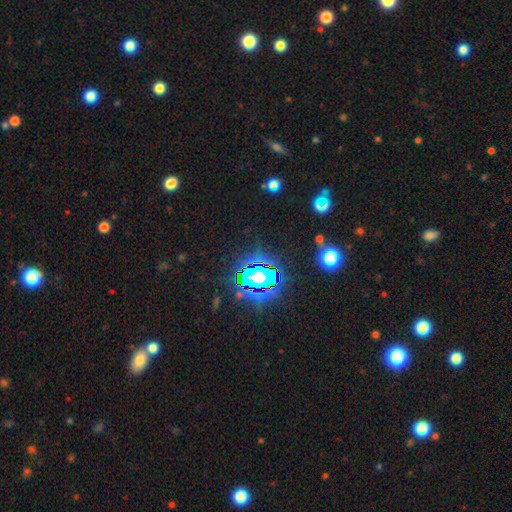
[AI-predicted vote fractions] Overall: star or artifact (82%).